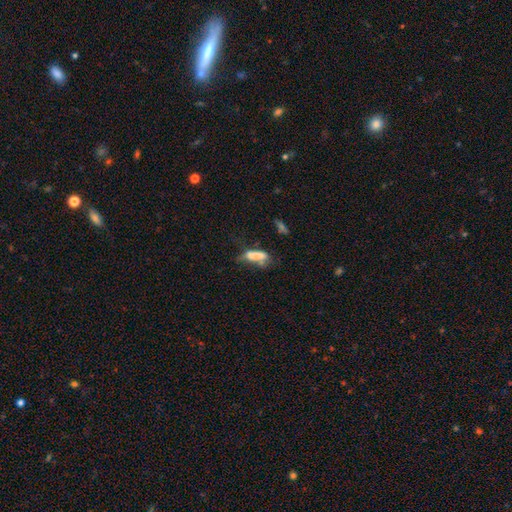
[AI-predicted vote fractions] A smooth galaxy with no disk features (67%) that is cigar-shaped (50%). Merging: none (31%).